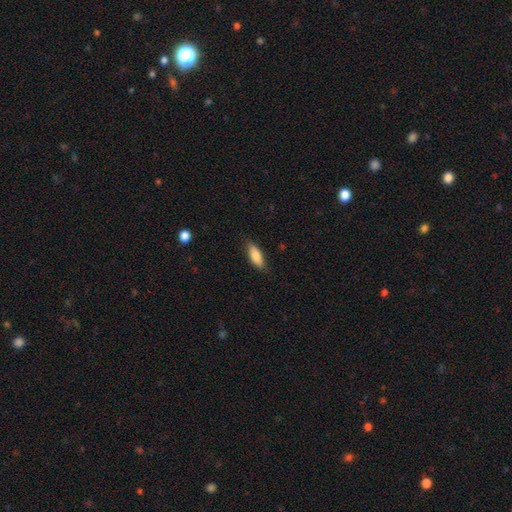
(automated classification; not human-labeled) Morphology: type=smooth (82%); roundness=in between (66%); merging=none (82%).